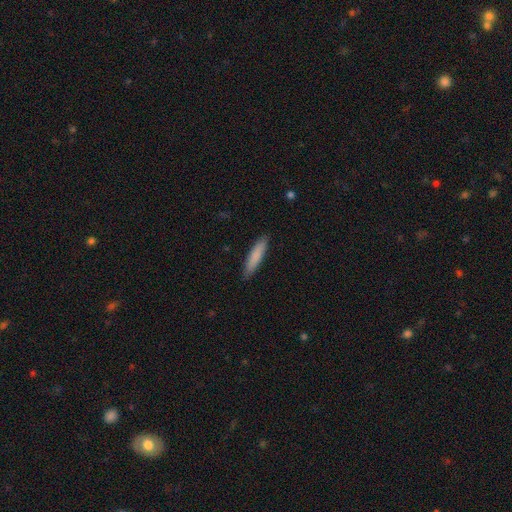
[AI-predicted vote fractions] smooth 82%, featured or disk 13%, star or artifact 6%. Down the decision tree: how rounded — cigar-shaped (87%); merging — none (89%).